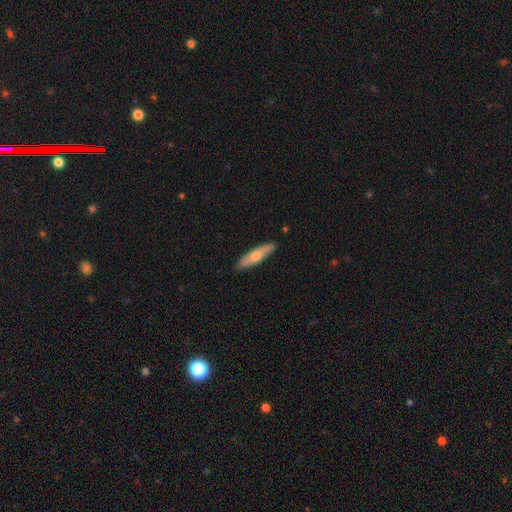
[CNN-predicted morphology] A smooth galaxy with no disk features (55%) that is cigar-shaped (75%). Merging: none (89%).